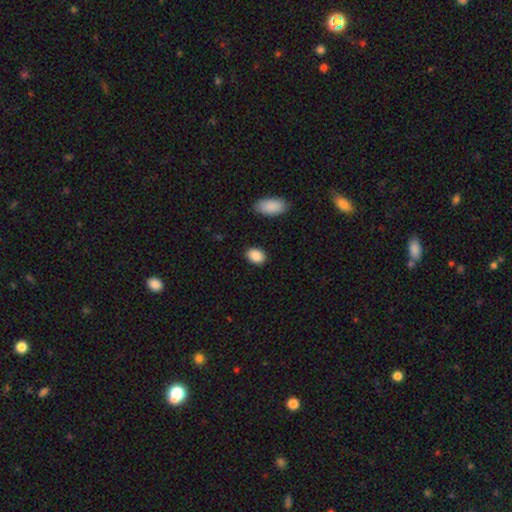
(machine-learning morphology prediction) Overall: smooth (89%). How rounded: in between (75%). Merging: none (87%).